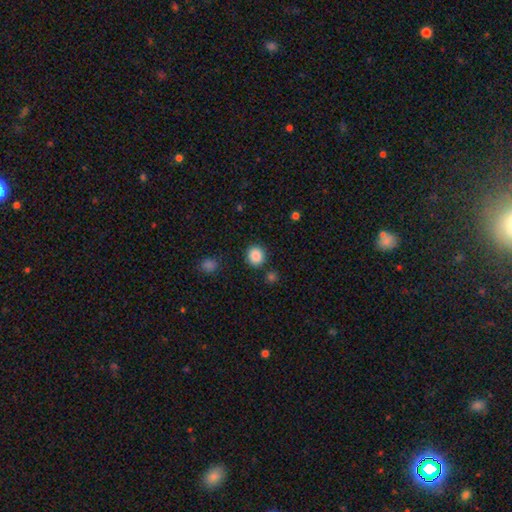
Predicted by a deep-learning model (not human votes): smooth_or_featured: smooth (p=0.88) [alt: star or artifact p=0.09]
how_rounded: round (p=0.83) [alt: in between p=0.16]
merging: none (p=0.85) [alt: minor disturbance p=0.08]